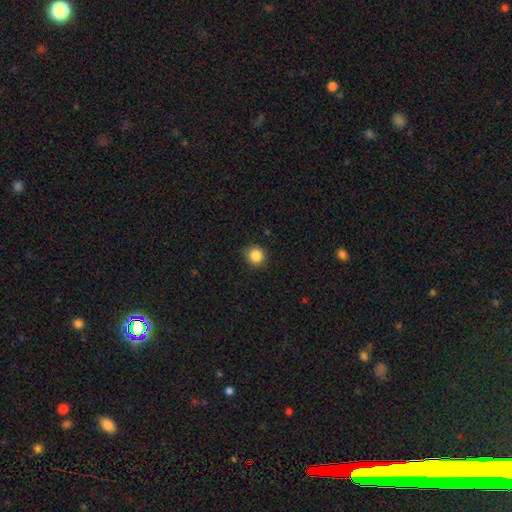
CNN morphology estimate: type=smooth (86%); roundness=round (92%); merging=none (85%).